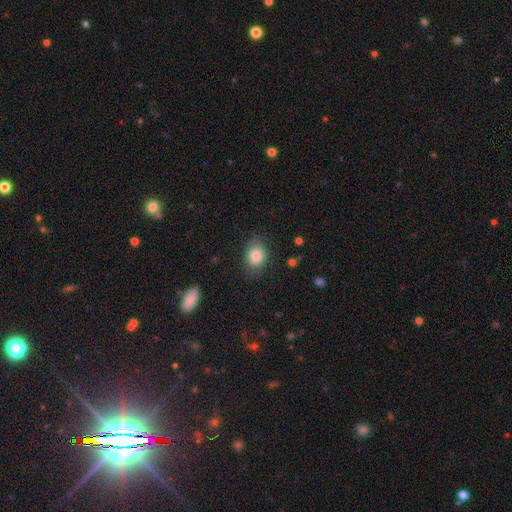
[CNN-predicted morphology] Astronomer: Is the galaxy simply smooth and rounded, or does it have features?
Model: smooth — 84%.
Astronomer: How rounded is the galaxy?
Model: in between — 62%.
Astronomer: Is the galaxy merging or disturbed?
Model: none — 76%.